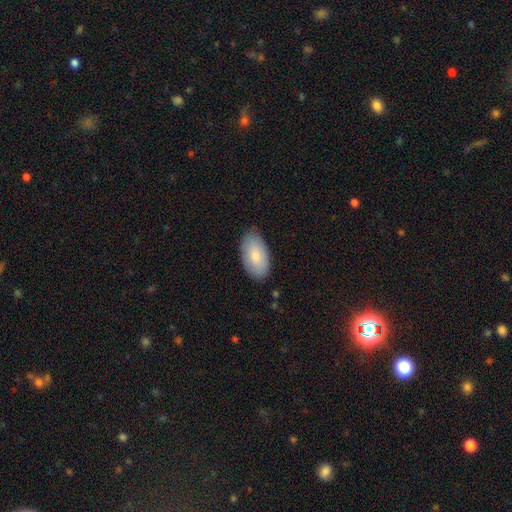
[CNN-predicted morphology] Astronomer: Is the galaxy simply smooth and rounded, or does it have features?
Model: smooth — 82%.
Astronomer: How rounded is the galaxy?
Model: in between — 96%.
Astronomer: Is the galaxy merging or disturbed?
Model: none — 84%.